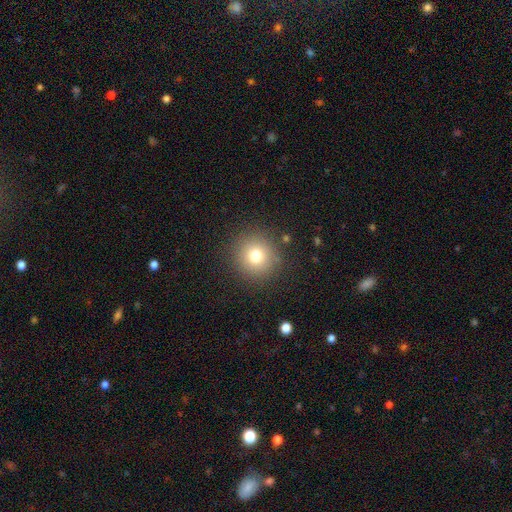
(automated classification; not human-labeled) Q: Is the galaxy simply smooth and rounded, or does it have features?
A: smooth — 76%.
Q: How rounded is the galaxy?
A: round — 94%.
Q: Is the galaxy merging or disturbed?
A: none — 88%.